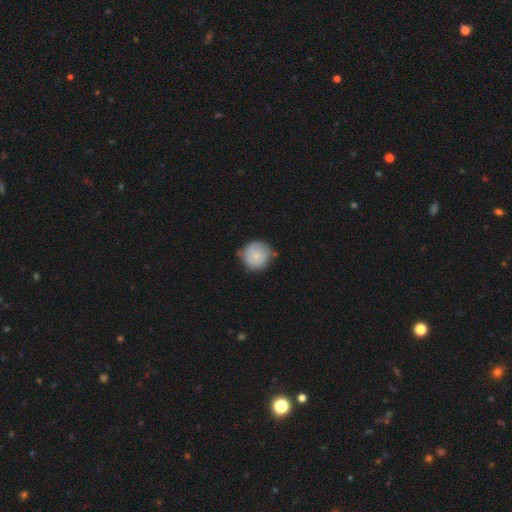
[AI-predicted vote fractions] The model was most divided on "merging": none: 65%, minor disturbance: 26%, major disturbance: 5%, merger: 5%. More confident: how rounded — round (93%); smooth or featured — smooth (80%).